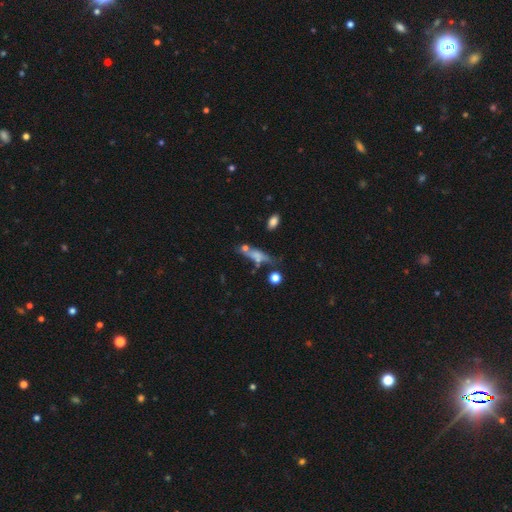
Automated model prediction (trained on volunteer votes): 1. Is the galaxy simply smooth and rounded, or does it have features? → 55% smooth, 32% featured or disk, 13% star or artifact.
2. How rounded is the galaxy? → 52% cigar-shaped, 41% in between, 7% round.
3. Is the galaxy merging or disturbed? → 46% none, 22% minor disturbance, 18% merger, 14% major disturbance.